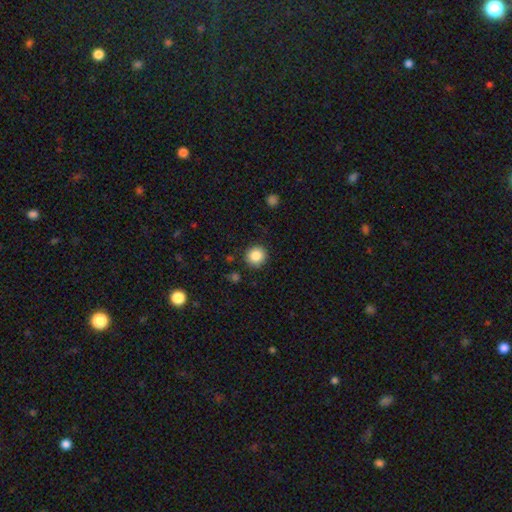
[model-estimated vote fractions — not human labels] Smooth or featured?
  - smooth: 87% *
  - star or artifact: 9%
  - featured or disk: 4%
How rounded?
  - round: 93% *
  - in between: 6%
  - cigar-shaped: 1%
Merging?
  - none: 90% *
  - minor disturbance: 6%
  - major disturbance: 2%
  - merger: 1%